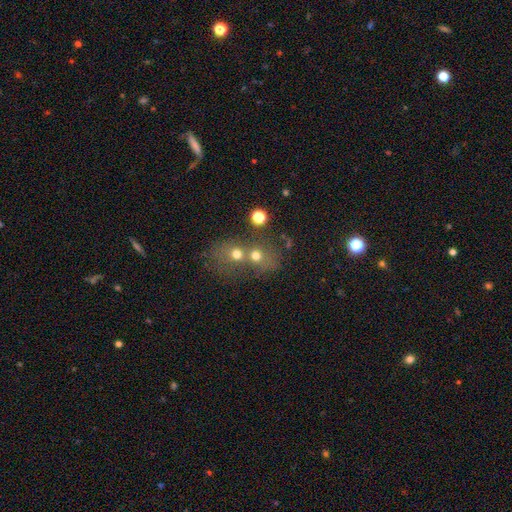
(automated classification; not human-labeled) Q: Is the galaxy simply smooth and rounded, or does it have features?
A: smooth — 63%.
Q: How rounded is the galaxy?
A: round — 76%.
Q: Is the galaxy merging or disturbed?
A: merger — 59%.